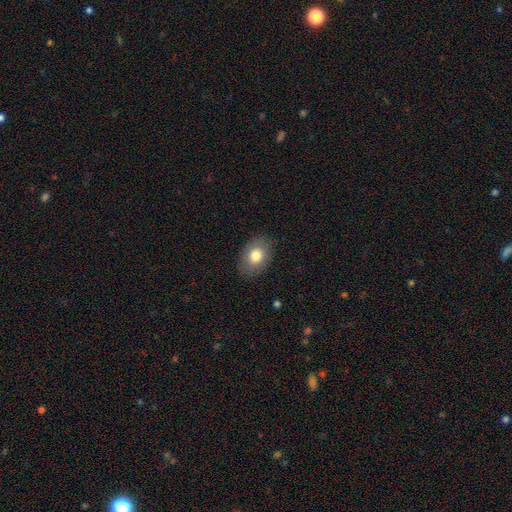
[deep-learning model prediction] Overall: smooth (78%). How rounded: in between (74%). Merging: none (86%).